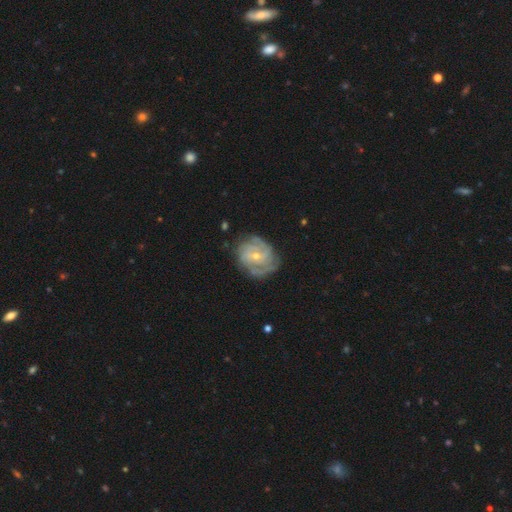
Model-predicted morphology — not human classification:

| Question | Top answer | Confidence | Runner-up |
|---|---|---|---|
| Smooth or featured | featured or disk | 84% | smooth (10%) |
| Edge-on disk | no | 98% | yes (2%) |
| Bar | no | 55% | weak (37%) |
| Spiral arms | yes | 95% | no (5%) |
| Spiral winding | tight | 63% | medium (29%) |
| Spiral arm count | can't tell | 29% | 3 (26%) |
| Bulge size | small | 60% | moderate (37%) |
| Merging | none | 70% | minor disturbance (20%) |